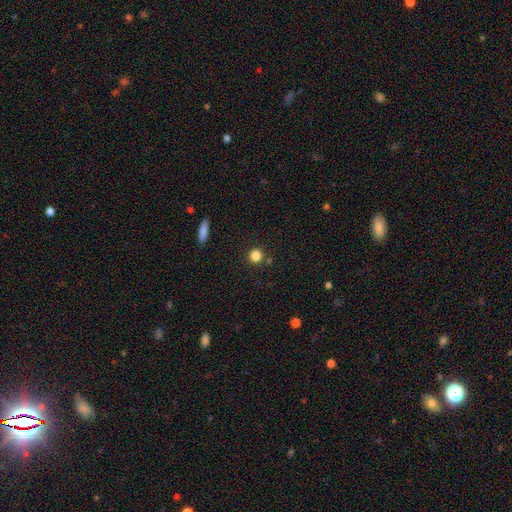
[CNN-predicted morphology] smooth 83%, star or artifact 12%, featured or disk 5%. Down the decision tree: how rounded — round (93%); merging — none (86%).